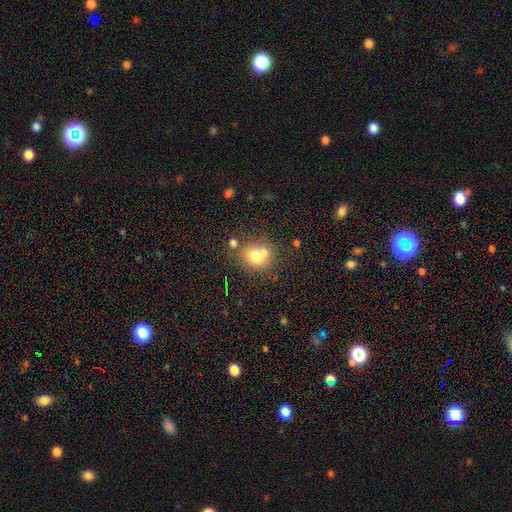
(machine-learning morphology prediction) Smooth or featured: smooth — 70% (featured or disk — 18%)
How rounded: round — 73% (in between — 26%)
Merging: none — 47% (merger — 38%)